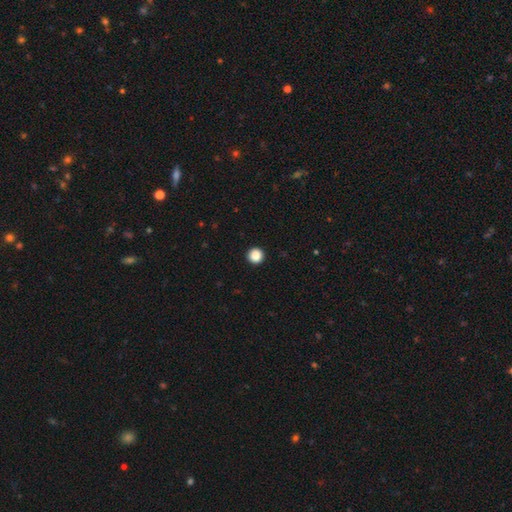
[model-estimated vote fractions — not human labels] Smooth or featured? Predicted: smooth (p=0.88). How rounded? Predicted: round (p=0.96). Merging? Predicted: none (p=0.94).